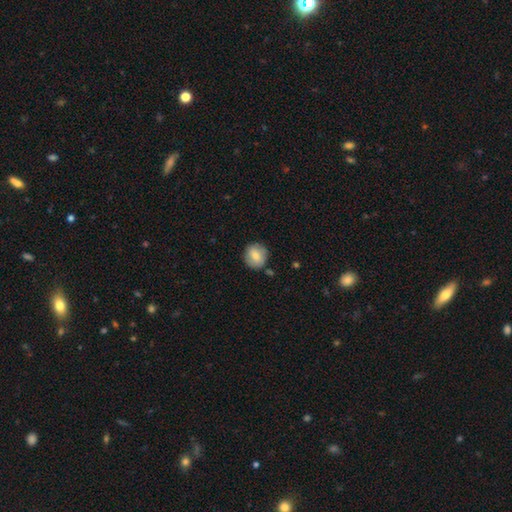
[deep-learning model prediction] Overall: smooth (74%). How rounded: round (88%). Merging: none (80%).